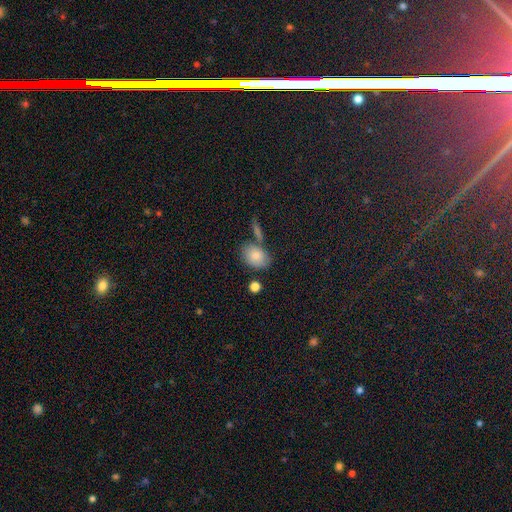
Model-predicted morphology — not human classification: The model was most divided on "how rounded": in between: 72%, round: 26%, cigar-shaped: 2%. More confident: smooth or featured — smooth (82%); merging — none (63%).